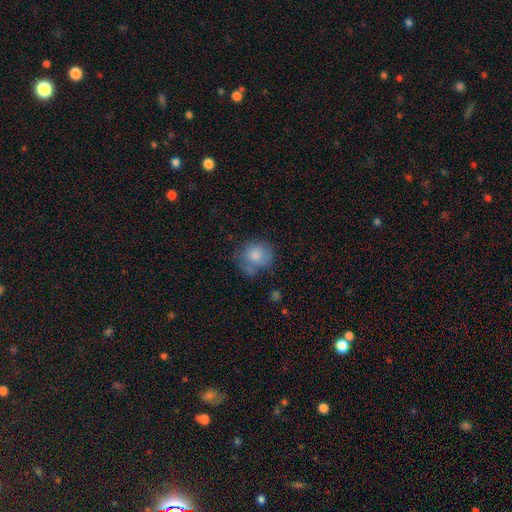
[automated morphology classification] Overall: smooth (79%). How rounded: round (80%). Merging: none (50%; minor disturbance 26%).